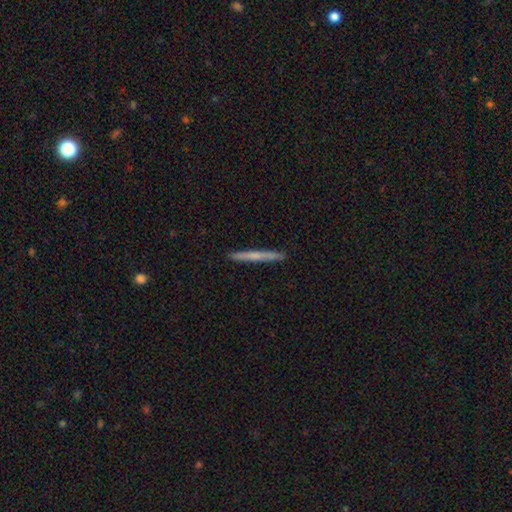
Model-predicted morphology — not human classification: Smooth or featured: smooth — 52% (featured or disk — 42%)
How rounded: cigar-shaped — 97% (in between — 2%)
Merging: none — 92% (minor disturbance — 5%)